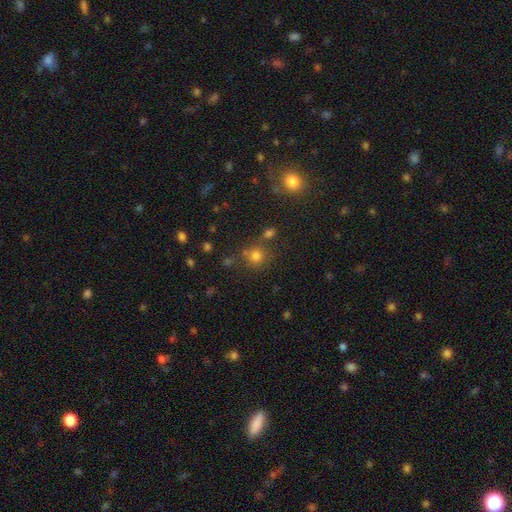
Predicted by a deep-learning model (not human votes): Smooth or featured?
  - smooth: 74% *
  - star or artifact: 19%
  - featured or disk: 7%
How rounded?
  - round: 88% *
  - in between: 11%
  - cigar-shaped: 1%
Merging?
  - none: 68% *
  - merger: 17%
  - minor disturbance: 10%
  - major disturbance: 5%